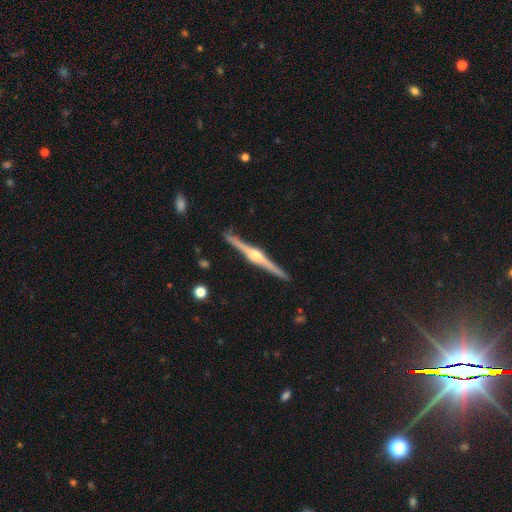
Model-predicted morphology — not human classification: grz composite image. It shows a featured or disk galaxy (87%) viewed edge-on (99%) with a rounded central bulge (91%). Merging: none (92%).